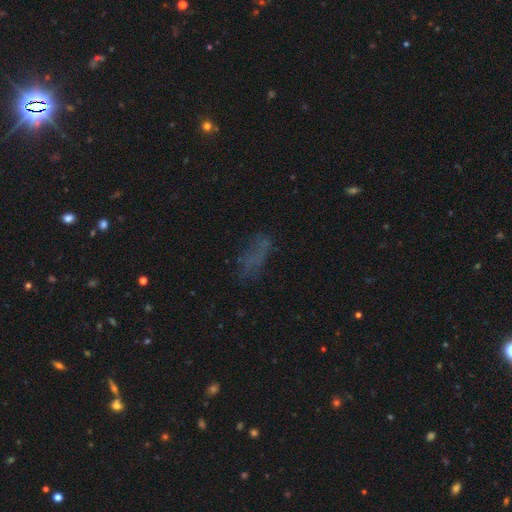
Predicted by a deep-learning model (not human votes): smooth 50%, star or artifact 27%, featured or disk 22%. Down the decision tree: how rounded — in between (68%); merging — none (58%).